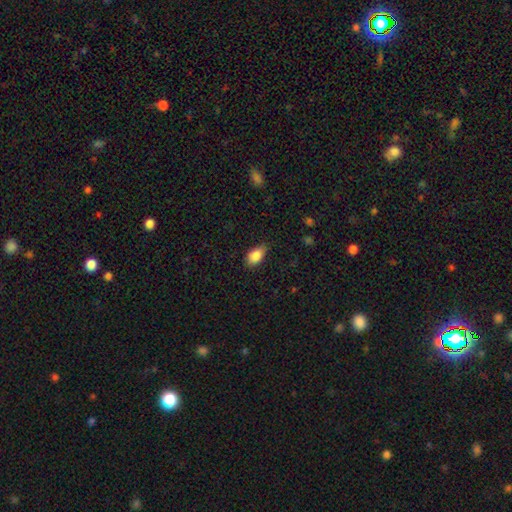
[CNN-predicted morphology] Smooth or featured?
  - smooth: 86% *
  - star or artifact: 7%
  - featured or disk: 7%
How rounded?
  - in between: 91% *
  - round: 7%
  - cigar-shaped: 3%
Merging?
  - none: 75% *
  - minor disturbance: 21%
  - major disturbance: 3%
  - merger: 1%